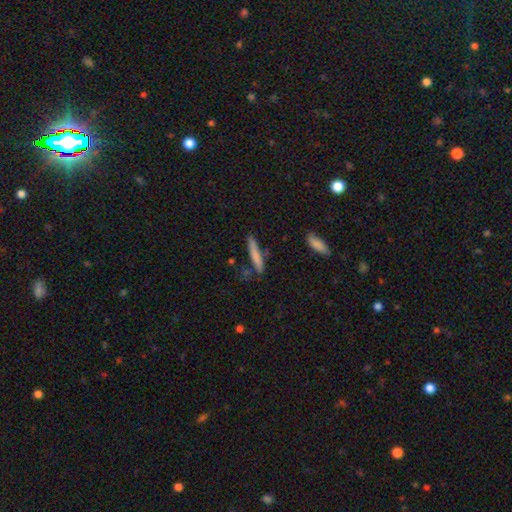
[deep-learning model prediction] This is likely a smooth galaxy (73%). How rounded: clearly cigar-shaped (92%). Merging: likely none (76%).